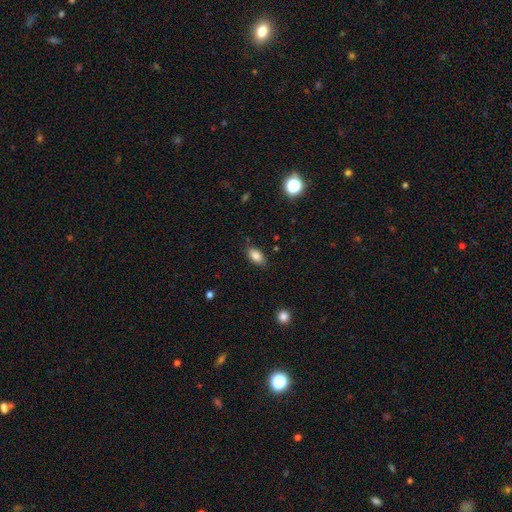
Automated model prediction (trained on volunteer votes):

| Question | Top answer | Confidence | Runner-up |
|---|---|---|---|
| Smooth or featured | smooth | 85% | star or artifact (9%) |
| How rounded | in between | 90% | round (5%) |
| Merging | none | 85% | minor disturbance (11%) |